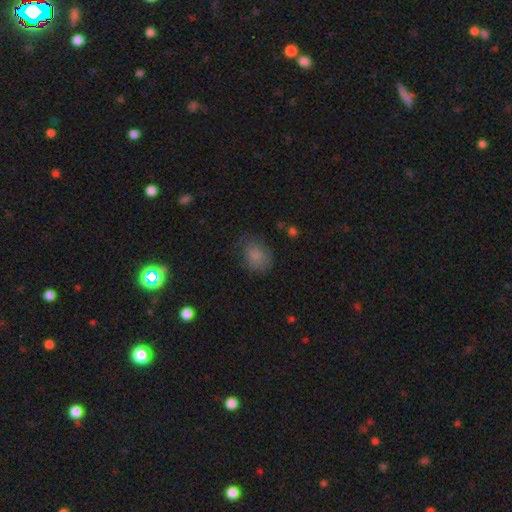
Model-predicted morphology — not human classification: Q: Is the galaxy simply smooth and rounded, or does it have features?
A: smooth — 79%.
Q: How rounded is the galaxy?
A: in between — 53%.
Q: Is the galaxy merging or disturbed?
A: none — 63%.